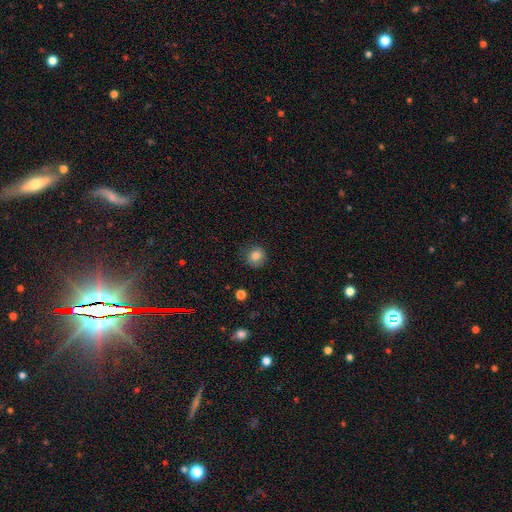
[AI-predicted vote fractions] The model was most divided on "merging": none: 82%, minor disturbance: 13%, major disturbance: 3%, merger: 1%. More confident: how rounded — round (89%); smooth or featured — smooth (84%).